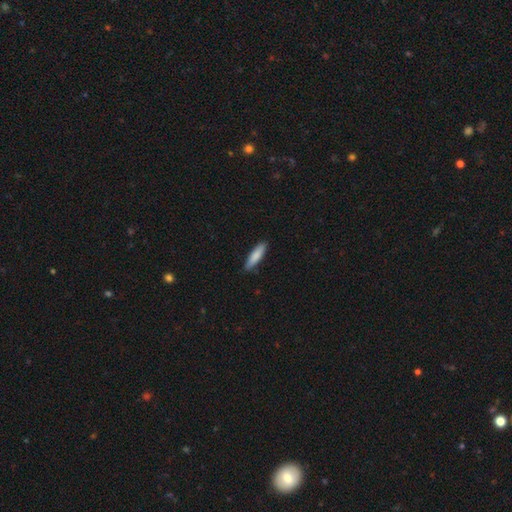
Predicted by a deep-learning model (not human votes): Morphology: type=smooth (83%); roundness=cigar-shaped (71%); merging=none (87%).